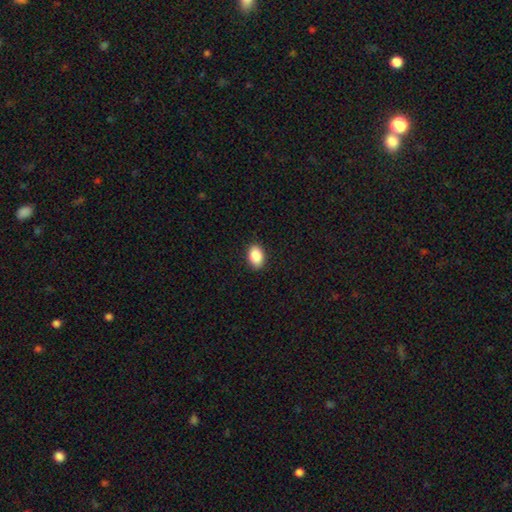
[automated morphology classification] A smooth galaxy with no disk features (88%) that is in between round and cigar-shaped (85%). Merging: none (89%).